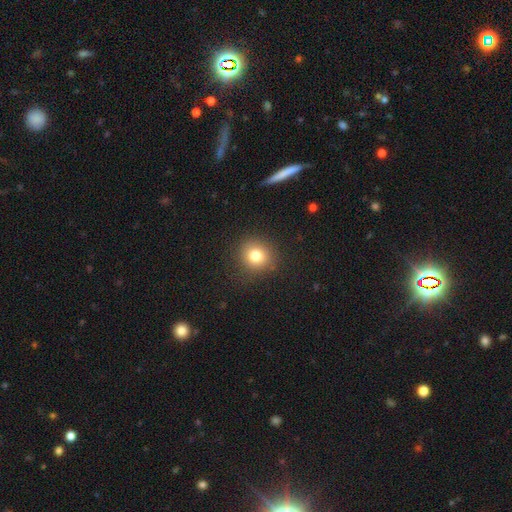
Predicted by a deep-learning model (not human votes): A smooth galaxy with no disk features (79%) that is round (88%). Merging: none (88%).